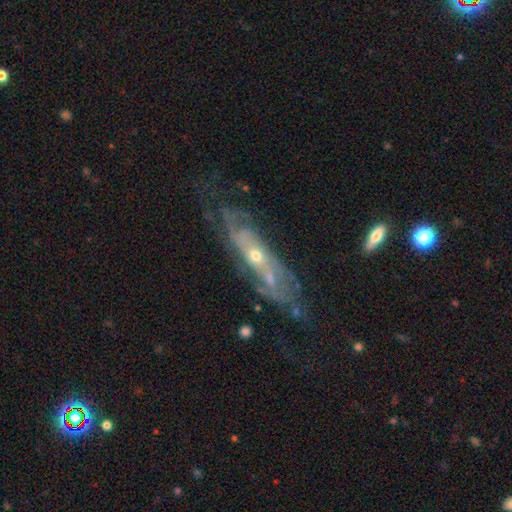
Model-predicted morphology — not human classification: This appears to be a featured or disk galaxy (81%) with no bar (67%), spiral arms (84%) and a small central bulge (56%). Merging: none (61%).